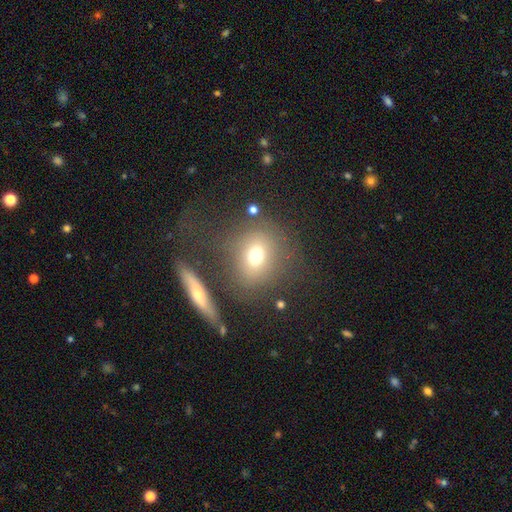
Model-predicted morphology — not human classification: The model was most divided on "how rounded": round: 69%, in between: 29%, cigar-shaped: 2%. More confident: merging — none (72%); smooth or featured — smooth (70%).